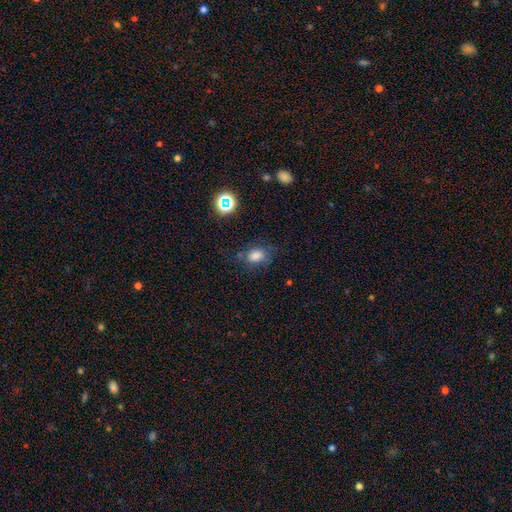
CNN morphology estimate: This is likely a smooth galaxy (72%). How rounded: likely in between (70%). Merging: likely none (61%).